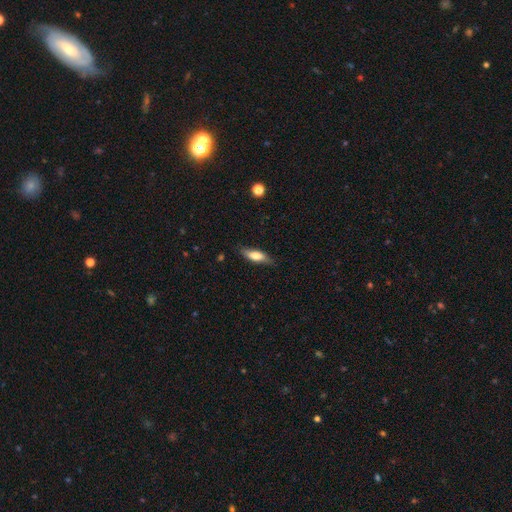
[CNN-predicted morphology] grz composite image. It shows a smooth galaxy with no disk features (65%) that is in between round and cigar-shaped (53%). Merging: none (77%).